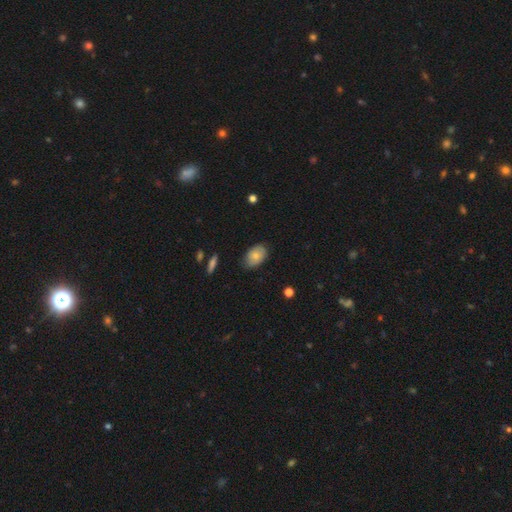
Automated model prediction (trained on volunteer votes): The model was most divided on "smooth or featured": smooth: 74%, featured or disk: 19%, star or artifact: 7%. More confident: how rounded — in between (86%); merging — none (75%).